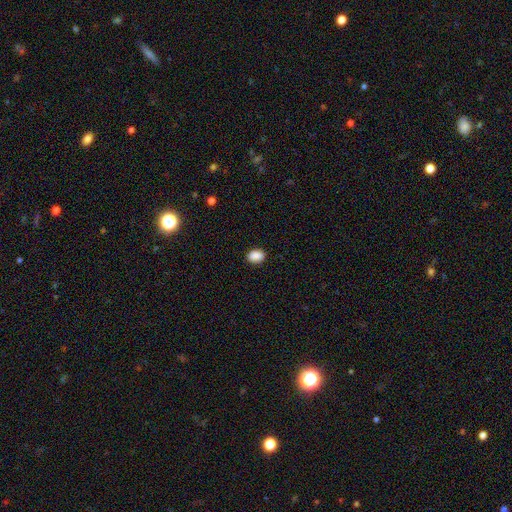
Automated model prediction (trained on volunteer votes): smooth 89%, star or artifact 8%, featured or disk 2%. Down the decision tree: how rounded — in between (76%); merging — none (89%).